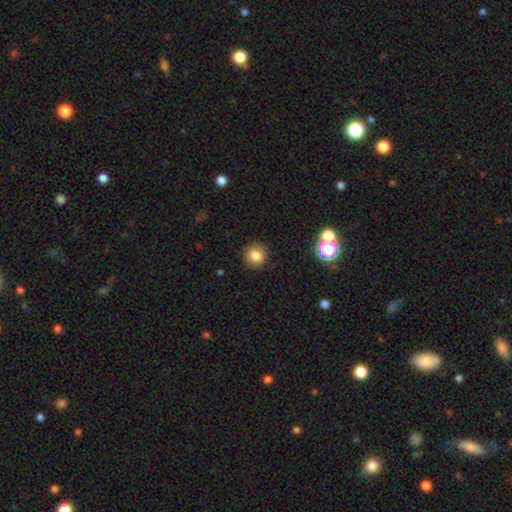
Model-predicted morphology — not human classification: The model was most divided on "smooth or featured": smooth: 82%, star or artifact: 12%, featured or disk: 6%. More confident: how rounded — round (92%); merging — none (90%).